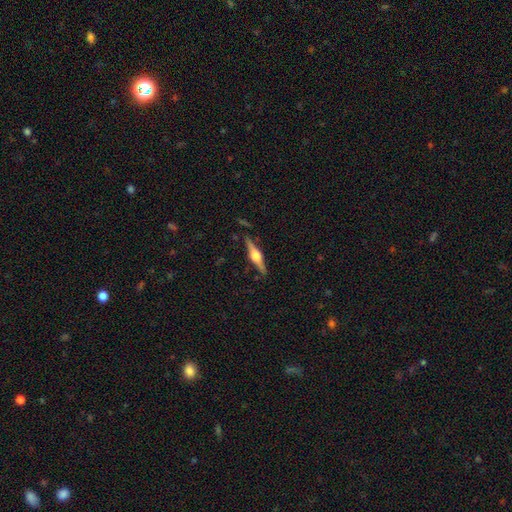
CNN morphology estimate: Smooth or featured?
  - featured or disk: 77% *
  - smooth: 17%
  - star or artifact: 6%
Edge-on disk?
  - yes: 98% *
  - no: 2%
Edge-on bulge?
  - rounded: 92% *
  - boxy: 6%
  - none: 2%
Merging?
  - none: 87% *
  - minor disturbance: 9%
  - major disturbance: 2%
  - merger: 2%